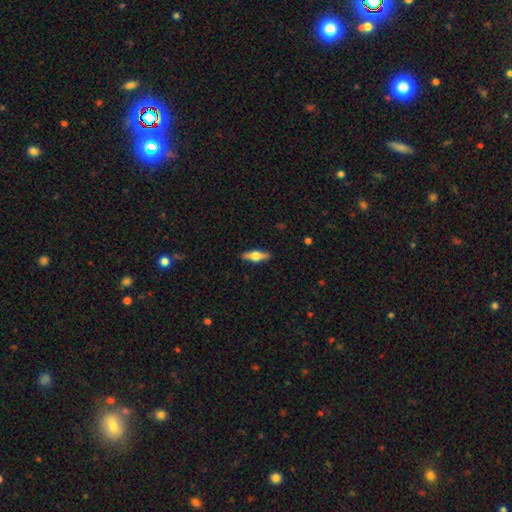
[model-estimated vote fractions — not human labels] smooth-or-featured: featured or disk: 52% | smooth: 42% | star or artifact: 6%
  disk-edge-on: yes: 93% | no: 7%
  merging: none: 89% | minor disturbance: 8% | major disturbance: 2% | merger: 1%